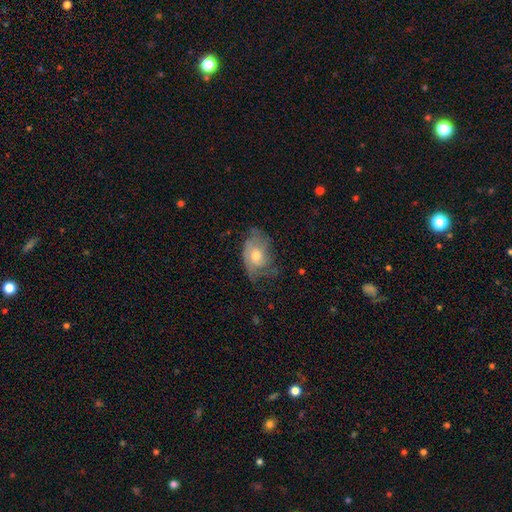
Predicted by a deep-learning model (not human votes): Smooth or featured: featured or disk — 57% (smooth — 35%)
Edge-on disk: no — 94% (yes — 6%)
Bar: no — 80% (weak — 17%)
Spiral arms: yes — 72% (no — 28%)
Bulge size: moderate — 70% (small — 18%)
Merging: none — 53% (minor disturbance — 29%)